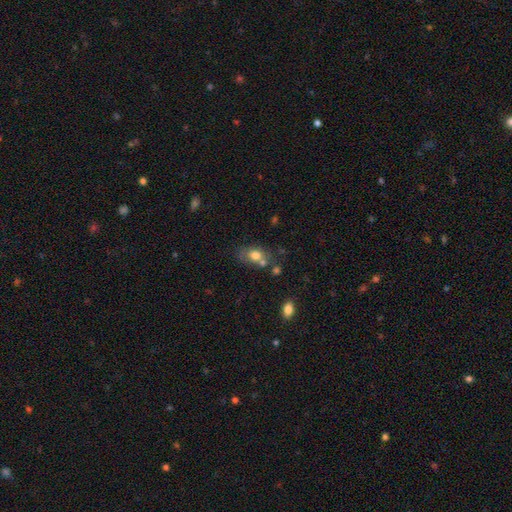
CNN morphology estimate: The model was most divided on "merging": none: 47%, merger: 29%, minor disturbance: 18%, major disturbance: 7%. More confident: smooth or featured — smooth (73%); how rounded — in between (66%).